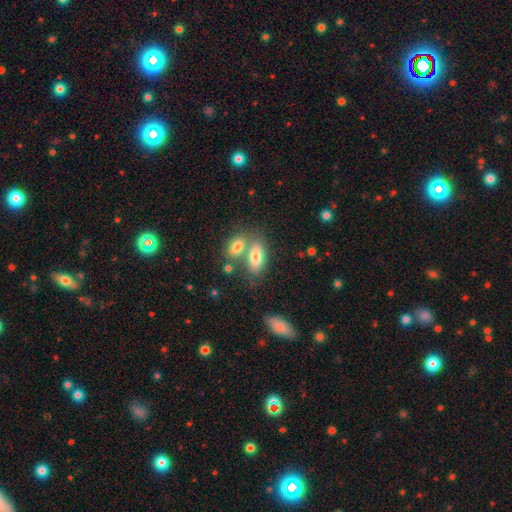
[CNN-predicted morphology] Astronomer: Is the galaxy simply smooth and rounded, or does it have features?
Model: smooth — 78%.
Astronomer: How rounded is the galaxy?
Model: in between — 87%.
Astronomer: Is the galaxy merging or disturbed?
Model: merger — 45% (runner-up: none, 41%).